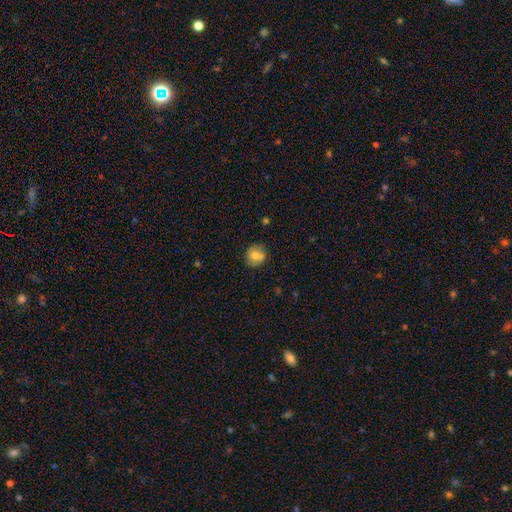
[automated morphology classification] smooth_or_featured: smooth (p=0.71) [alt: featured or disk p=0.19]
how_rounded: round (p=0.87) [alt: in between p=0.13]
merging: none (p=0.77) [alt: minor disturbance p=0.13]